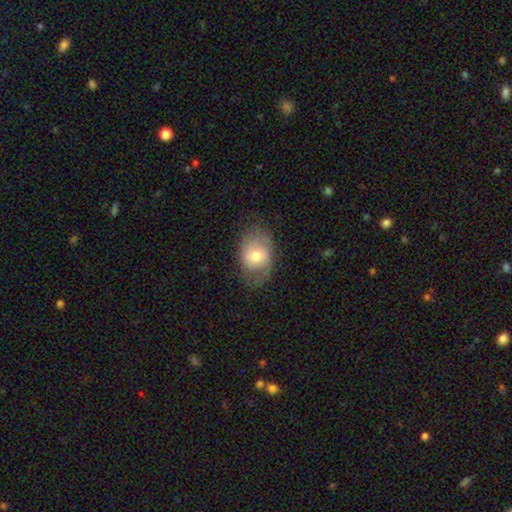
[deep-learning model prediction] Smooth or featured: smooth — 61% (featured or disk — 31%)
How rounded: in between — 73% (round — 26%)
Merging: none — 63% (minor disturbance — 25%)